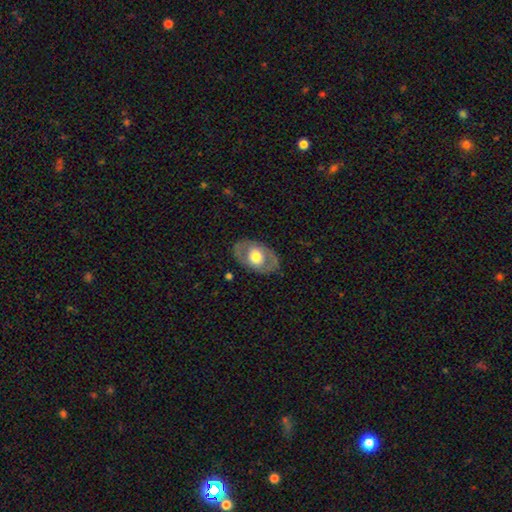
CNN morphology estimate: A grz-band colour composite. It shows a featured or disk galaxy (51%). Merging: none (81%).